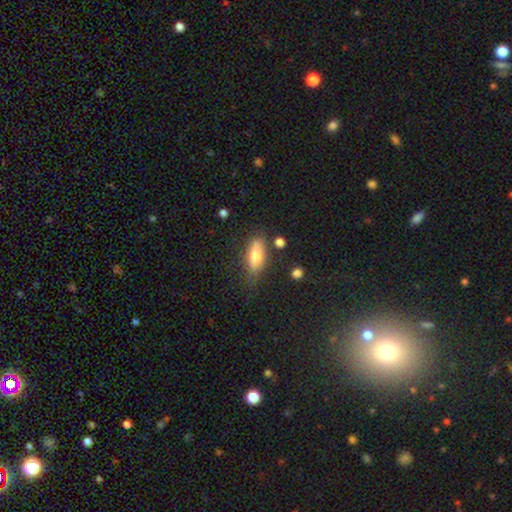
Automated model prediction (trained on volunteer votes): This is likely a smooth galaxy (72%). How rounded: likely in between (68%). Merging: likely none (71%).